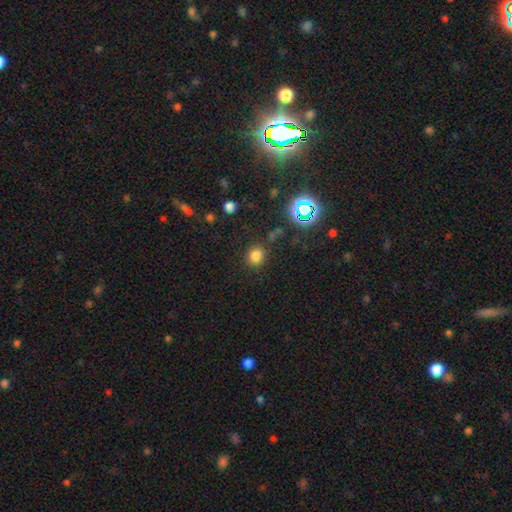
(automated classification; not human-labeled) A smooth galaxy with no disk features (76%) that is round (80%).

Vote fractions:
- Smooth or featured? smooth: 76% / star or artifact: 19% / featured or disk: 5%
- How rounded? round: 80% / in between: 19% / cigar-shaped: 1%
- Merging? none: 81% / minor disturbance: 10% / major disturbance: 4% / merger: 4%